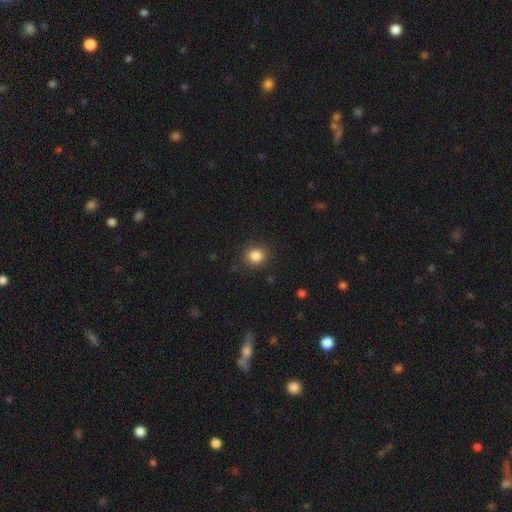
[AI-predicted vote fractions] Smooth or featured: smooth — 85% (star or artifact — 11%)
How rounded: round — 82% (in between — 17%)
Merging: none — 88% (minor disturbance — 8%)